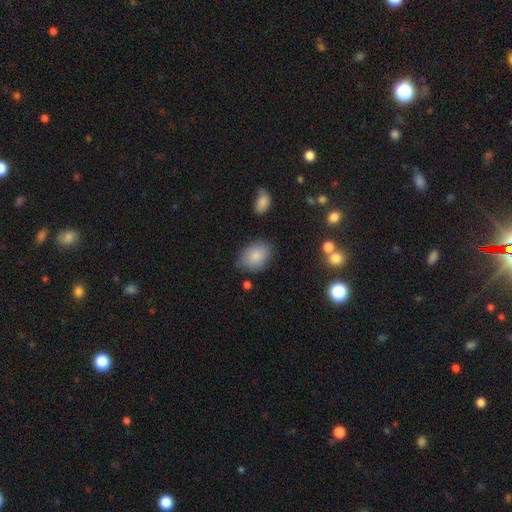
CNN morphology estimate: Smooth or featured: smooth — 86% (star or artifact — 8%)
How rounded: in between — 81% (round — 18%)
Merging: none — 79% (minor disturbance — 15%)